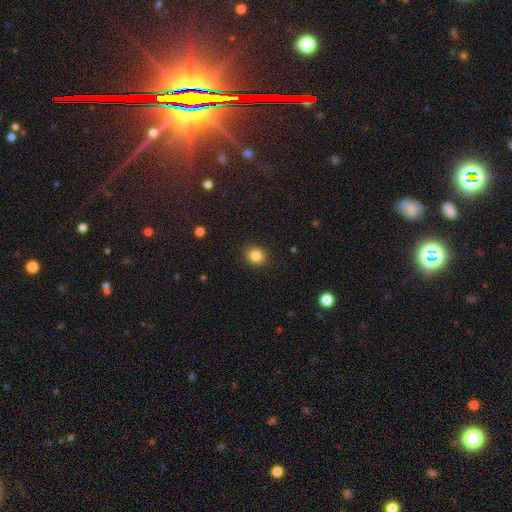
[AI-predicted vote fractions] smooth-or-featured: smooth: 84% | star or artifact: 11% | featured or disk: 5%
  how-rounded: round: 75% | in between: 24% | cigar-shaped: 1%
  merging: none: 90% | minor disturbance: 7% | major disturbance: 2% | merger: 1%